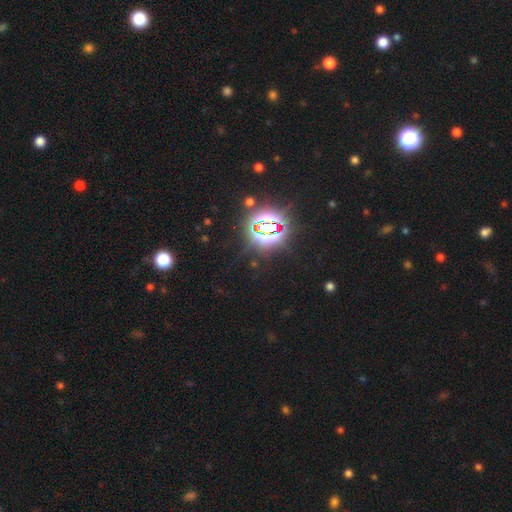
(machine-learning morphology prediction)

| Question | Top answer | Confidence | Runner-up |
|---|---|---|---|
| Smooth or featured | star or artifact | 83% | smooth (11%) |